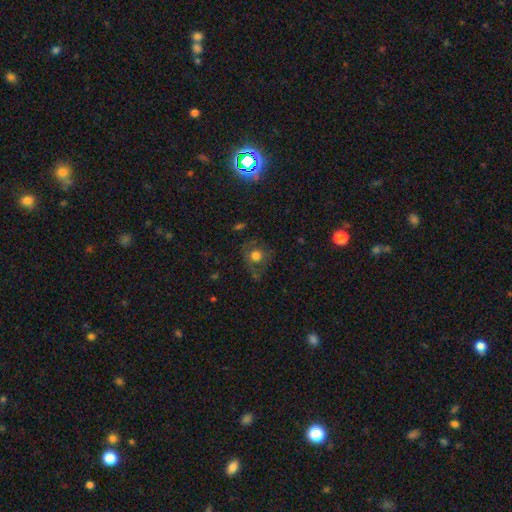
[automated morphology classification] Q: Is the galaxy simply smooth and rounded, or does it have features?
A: smooth — 61%.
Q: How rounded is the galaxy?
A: round — 85%.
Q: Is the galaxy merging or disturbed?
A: none — 62%.